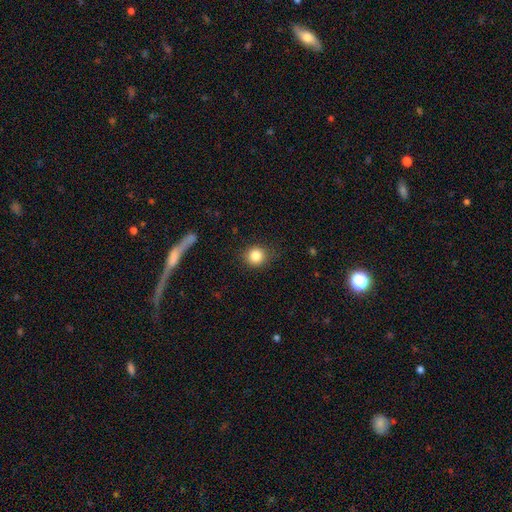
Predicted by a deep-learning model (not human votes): A smooth galaxy with no disk features (84%) that is round (86%).

Vote fractions:
- Smooth or featured? smooth: 84% / star or artifact: 10% / featured or disk: 6%
- How rounded? round: 86% / in between: 13% / cigar-shaped: 1%
- Merging? none: 86% / minor disturbance: 10% / major disturbance: 3% / merger: 1%